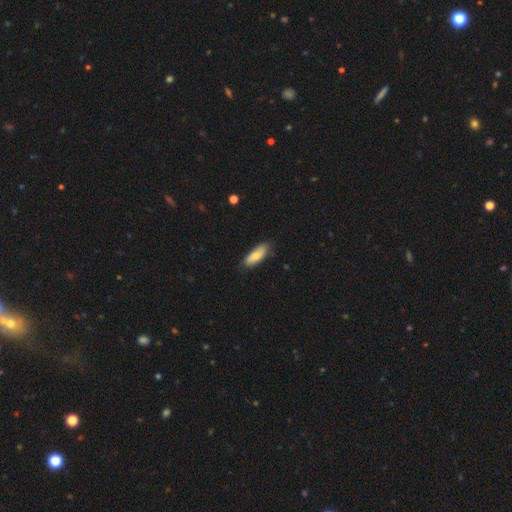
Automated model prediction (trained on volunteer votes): The model was most divided on "how rounded": in between: 74%, cigar-shaped: 24%, round: 2%. More confident: merging — none (78%); smooth or featured — smooth (73%).